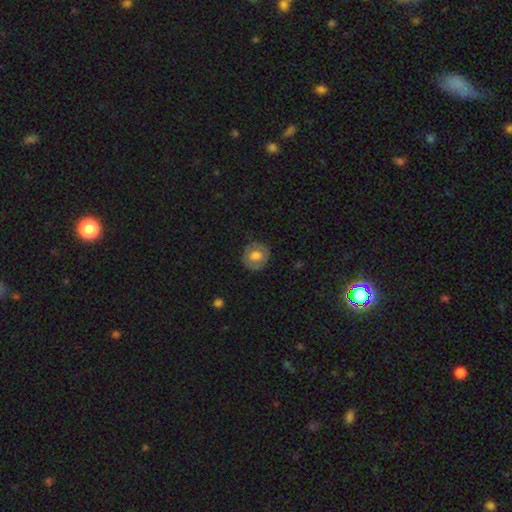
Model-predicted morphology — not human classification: Smooth or featured? smooth (60%)
How rounded? round (83%)
Merging? none (81%)